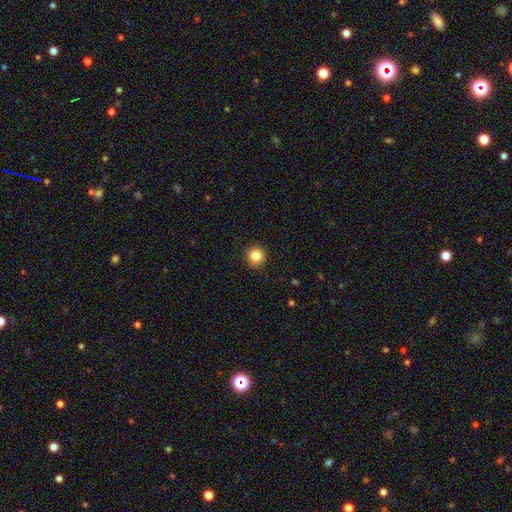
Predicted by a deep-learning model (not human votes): Q: Smooth or featured?
A: smooth (85%); runner-up: star or artifact (10%)
Q: How rounded?
A: round (92%); runner-up: in between (7%)
Q: Merging?
A: none (91%); runner-up: minor disturbance (6%)